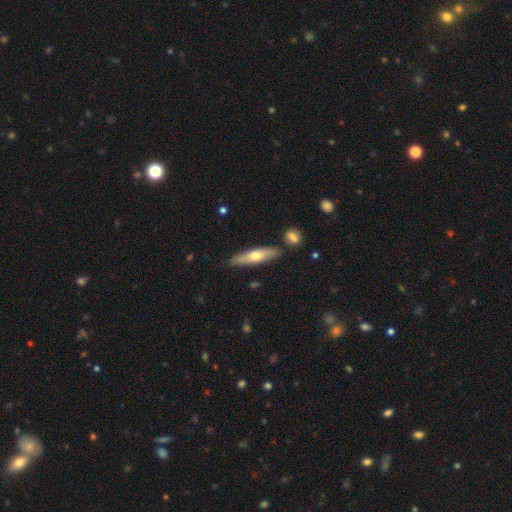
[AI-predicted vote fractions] smooth 50%, featured or disk 44%, star or artifact 6%. Down the decision tree: merging — none (84%).